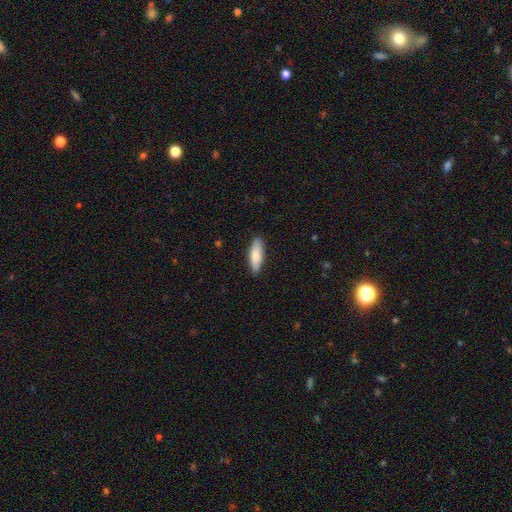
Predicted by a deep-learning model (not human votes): smooth 82%, featured or disk 13%, star or artifact 5%. Down the decision tree: how rounded — in between (50%); merging — none (88%).